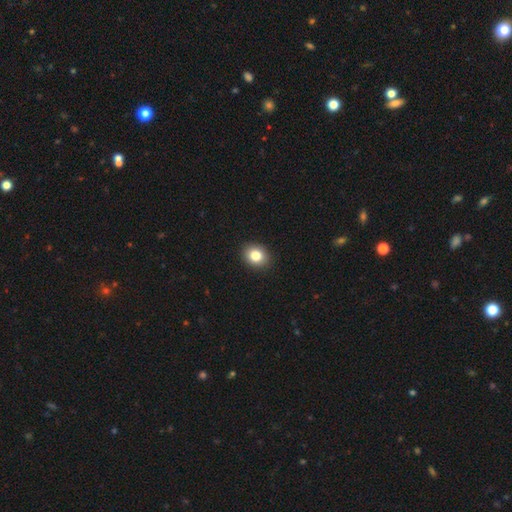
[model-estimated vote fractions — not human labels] Overall: smooth (83%). How rounded: round (52%; in between 47%). Merging: none (90%).